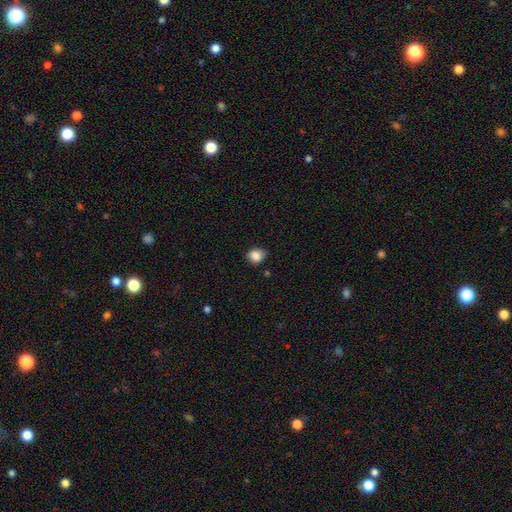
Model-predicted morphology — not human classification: smooth-or-featured: smooth: 87% | star or artifact: 9% | featured or disk: 4%
  how-rounded: round: 66% | in between: 33% | cigar-shaped: 1%
  merging: none: 73% | minor disturbance: 21% | major disturbance: 4% | merger: 2%